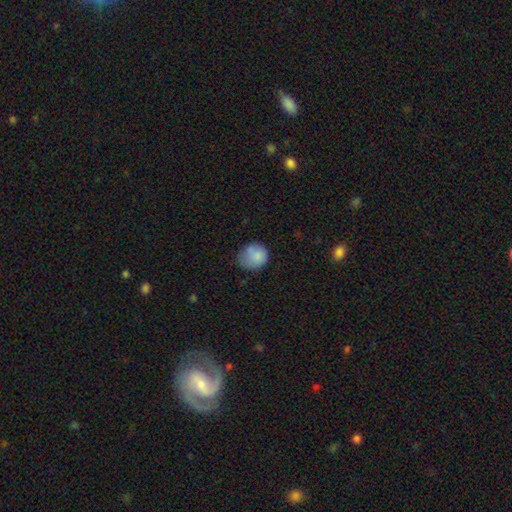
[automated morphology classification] Smooth or featured? smooth (83%)
How rounded? round (76%)
Merging? none (53%)